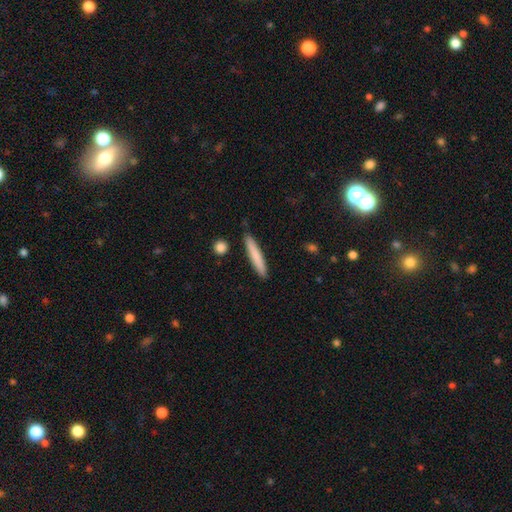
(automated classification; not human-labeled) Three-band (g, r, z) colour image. It shows a smooth galaxy with no disk features (77%) that is cigar-shaped (94%). Merging: none (89%).